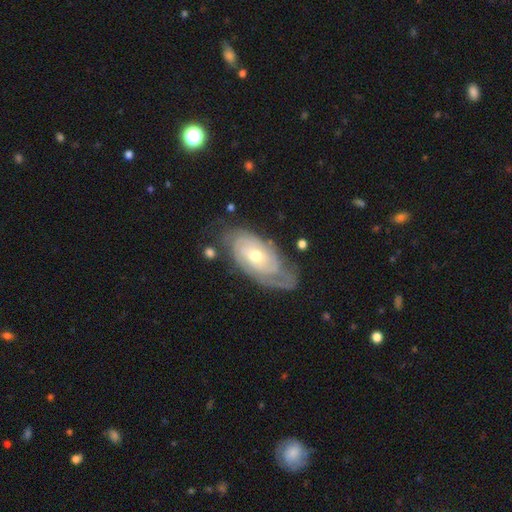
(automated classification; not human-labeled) This is clearly a featured or disk galaxy (84%). It is clearly not viewed edge-on (94%). Bar: likely no (69%). Spiral arm pattern: clearly yes (94%). Spiral arm count: marginally 2 (38%). Spiral winding: likely tight (73%). Central bulge: likely moderate (66%). Merging: likely none (61%).